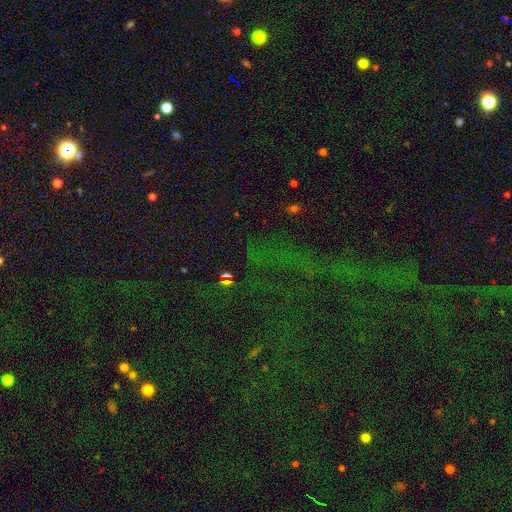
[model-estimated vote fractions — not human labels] This appears to be a star or artifact, not a galaxy (80%).